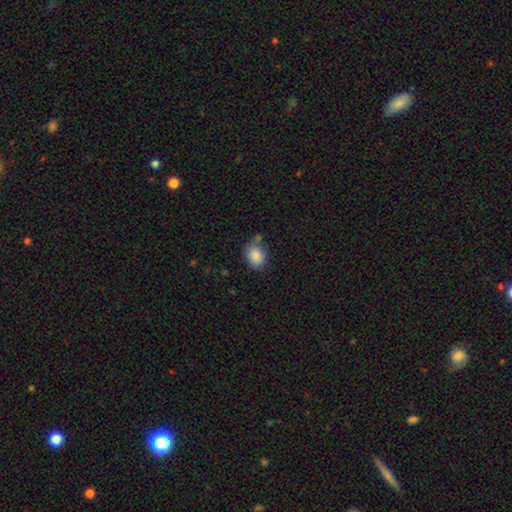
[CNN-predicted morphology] A smooth galaxy with no disk features (87%) that is in between round and cigar-shaped (58%).

Vote fractions:
- Smooth or featured? smooth: 87% / star or artifact: 8% / featured or disk: 5%
- How rounded? in between: 58% / round: 41% / cigar-shaped: 1%
- Merging? none: 66% / minor disturbance: 19% / merger: 10% / major disturbance: 5%